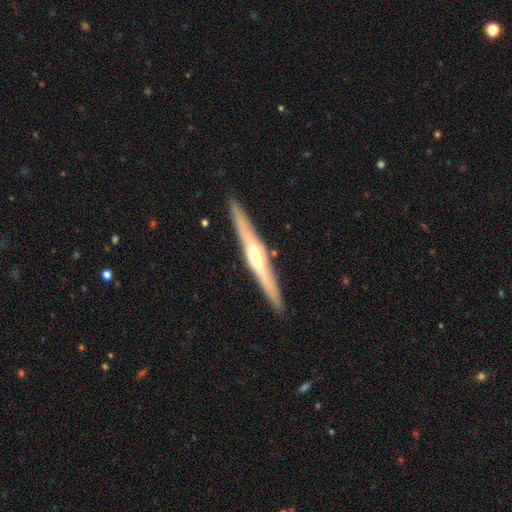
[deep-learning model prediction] Morphology: type=featured or disk (72%); edge-on=yes (97%); edge-on bulge=rounded (82%); merging=none (90%).